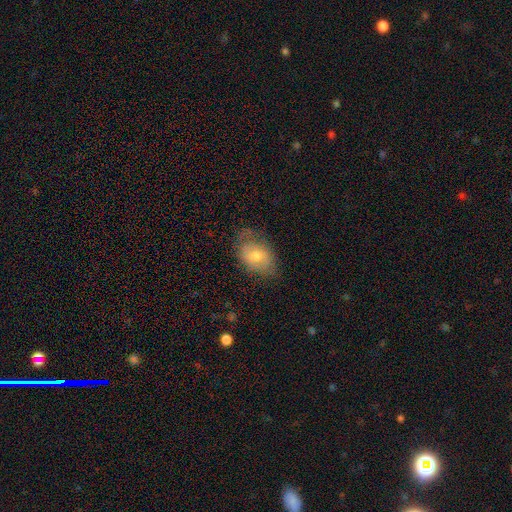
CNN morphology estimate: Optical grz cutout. It shows a smooth galaxy with no disk features (55%) that is in between round and cigar-shaped (83%). Merging: none (58%).